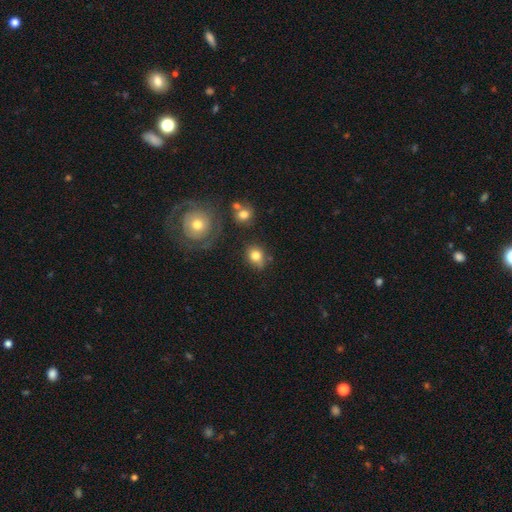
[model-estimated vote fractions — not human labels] smooth 80%, star or artifact 11%, featured or disk 10%. Down the decision tree: how rounded — round (55%); merging — none (67%).